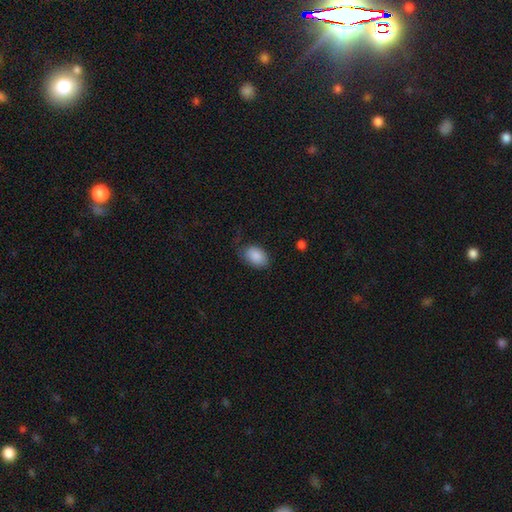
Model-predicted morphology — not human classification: smooth-or-featured: smooth: 88% | star or artifact: 6% | featured or disk: 6%
  how-rounded: in between: 89% | round: 10% | cigar-shaped: 1%
  merging: none: 66% | minor disturbance: 24% | major disturbance: 9% | merger: 2%